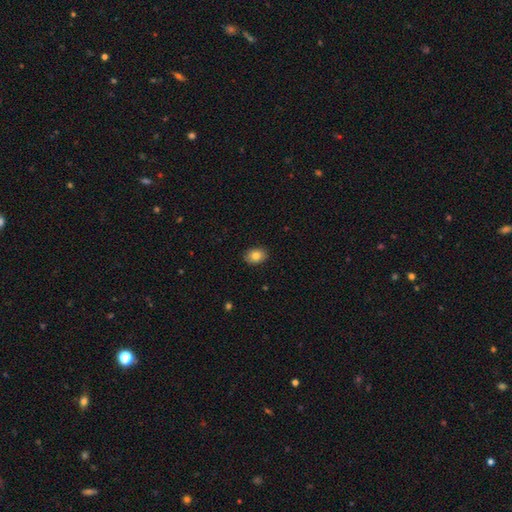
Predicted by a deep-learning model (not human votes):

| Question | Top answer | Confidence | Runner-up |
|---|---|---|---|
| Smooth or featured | smooth | 82% | featured or disk (9%) |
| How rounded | in between | 72% | round (27%) |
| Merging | none | 89% | minor disturbance (8%) |